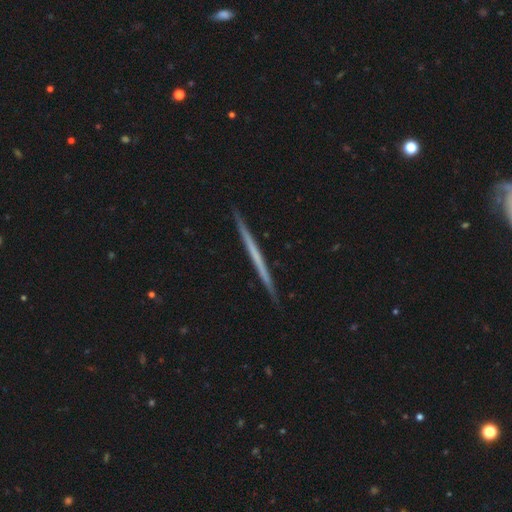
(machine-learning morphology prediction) Smooth or featured: featured or disk — 58% (smooth — 37%)
Edge-on disk: yes — 98% (no — 2%)
Edge-on bulge: none — 94% (rounded — 4%)
Merging: none — 92% (minor disturbance — 6%)